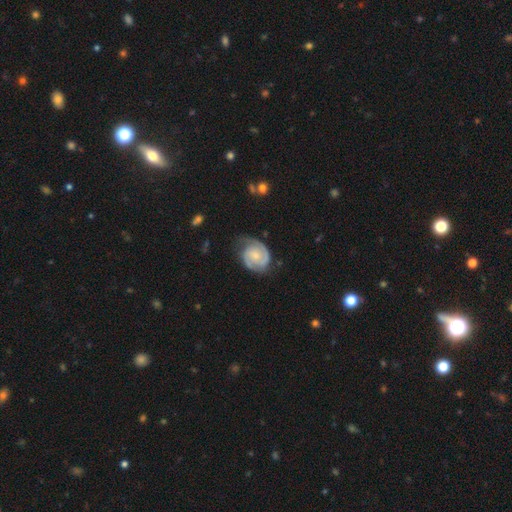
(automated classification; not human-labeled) Smooth or featured? featured or disk (82%)
Edge-on disk? no (98%)
Bar? no (67%)
Spiral arms? yes (97%)
Spiral winding? tight (55%)
Spiral arm count? 2 (77%)
Bulge size? small (57%)
Merging? none (62%)